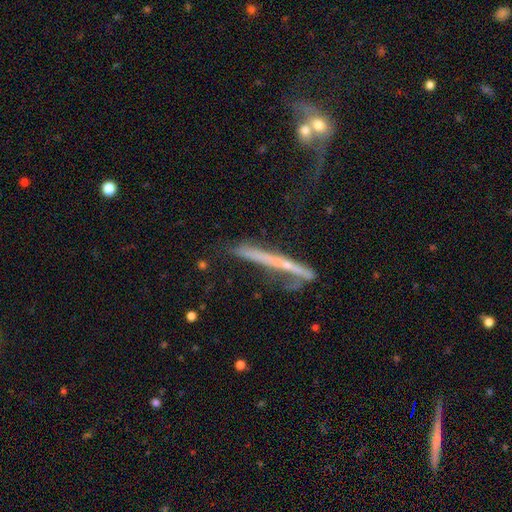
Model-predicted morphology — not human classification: Q: Smooth or featured?
A: featured or disk (53%); runner-up: smooth (38%)
Q: Edge-on disk?
A: yes (88%); runner-up: no (12%)
Q: Merging?
A: none (51%); runner-up: minor disturbance (22%)